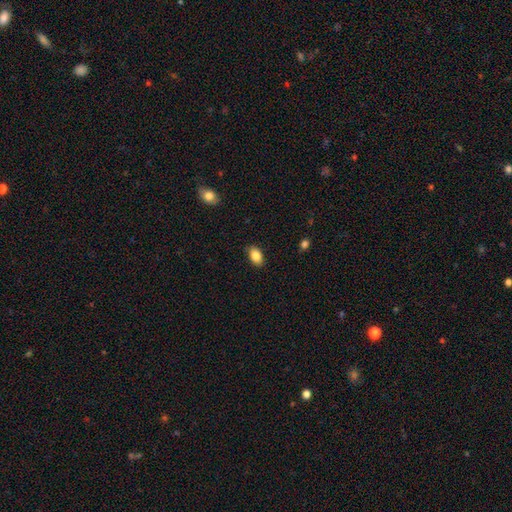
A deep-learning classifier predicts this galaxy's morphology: This is clearly a smooth galaxy (86%). How rounded: clearly in between (90%). Merging: clearly none (86%).